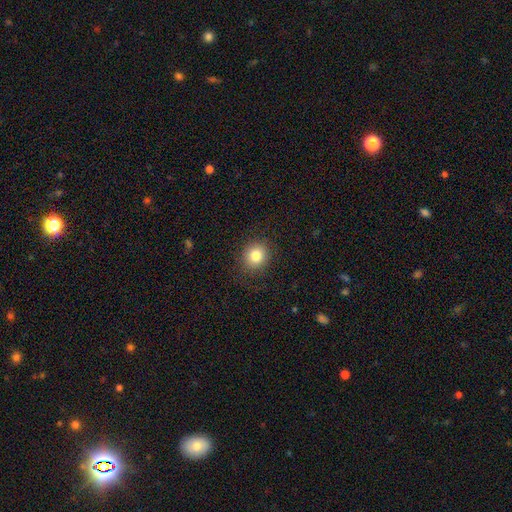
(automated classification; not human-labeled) Smooth or featured: smooth — 81% (star or artifact — 11%)
How rounded: round — 83% (in between — 16%)
Merging: none — 88% (minor disturbance — 8%)